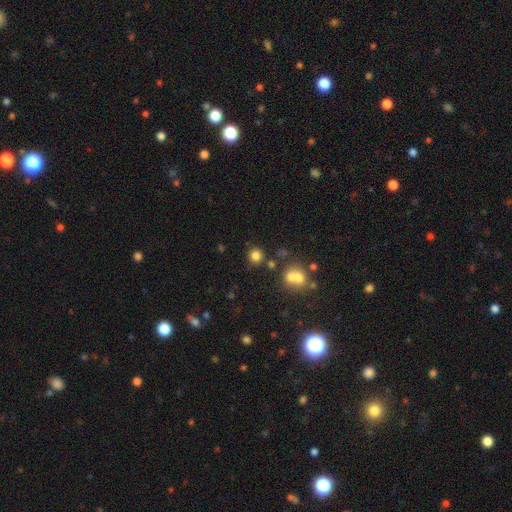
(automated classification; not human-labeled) The model was most divided on "smooth or featured": smooth: 79%, star or artifact: 14%, featured or disk: 6%. More confident: how rounded — round (91%); merging — none (79%).